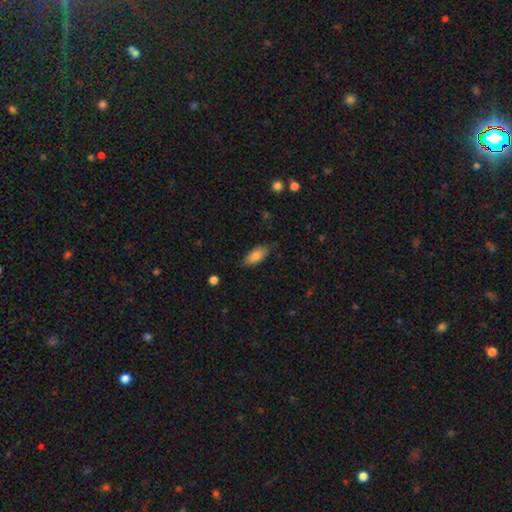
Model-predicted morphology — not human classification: A smooth galaxy with no disk features (79%) that is in between round and cigar-shaped (85%).

Vote fractions:
- Smooth or featured? smooth: 79% / featured or disk: 14% / star or artifact: 6%
- How rounded? in between: 85% / cigar-shaped: 13% / round: 2%
- Merging? none: 77% / minor disturbance: 19% / major disturbance: 3% / merger: 1%